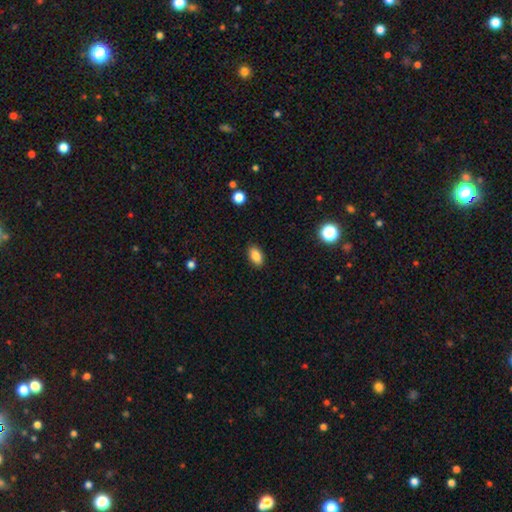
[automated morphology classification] smooth 86%, star or artifact 9%, featured or disk 5%. Down the decision tree: how rounded — in between (90%); merging — none (89%).